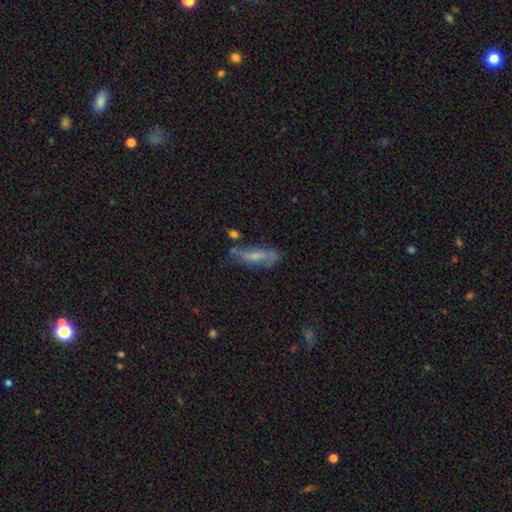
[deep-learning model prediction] Morphology: type=smooth (50%); merging=none (54%).